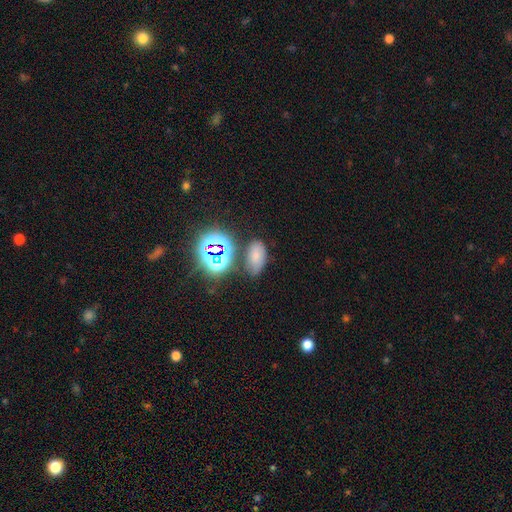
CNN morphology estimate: smooth 62%, star or artifact 28%, featured or disk 11%. Down the decision tree: how rounded — in between (89%); merging — none (72%).